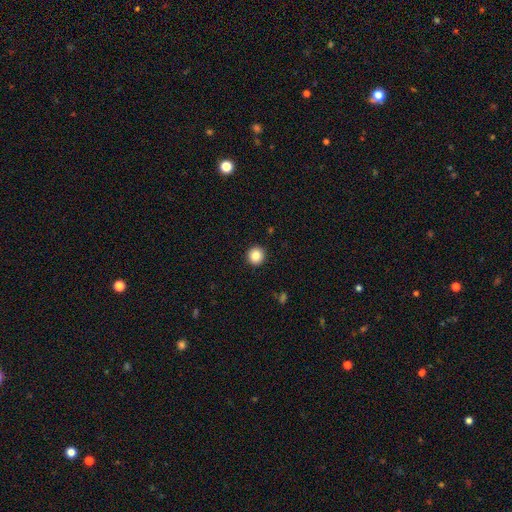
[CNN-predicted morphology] Q: Smooth or featured?
A: smooth (85%); runner-up: star or artifact (10%)
Q: How rounded?
A: round (95%); runner-up: in between (4%)
Q: Merging?
A: none (93%); runner-up: minor disturbance (4%)